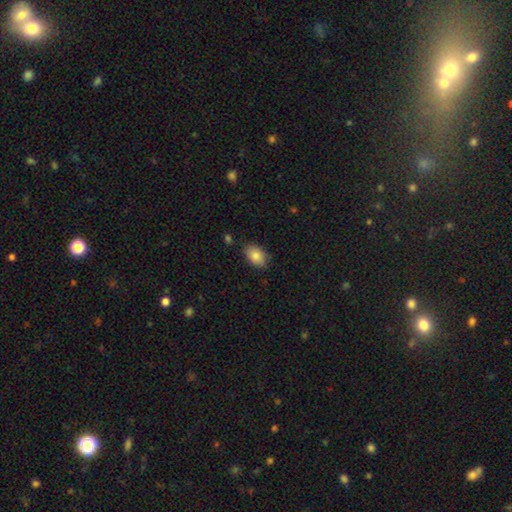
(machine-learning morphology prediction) type=smooth (85%); roundness=in between (87%); merging=none (82%).